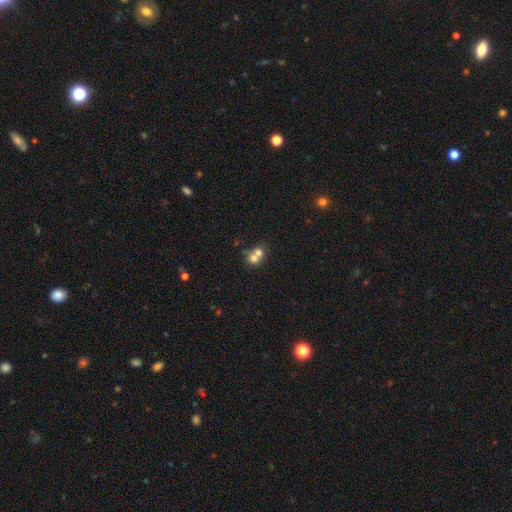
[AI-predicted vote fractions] This is likely a smooth galaxy (68%). How rounded: likely round (74%). Merging: likely merger (66%).